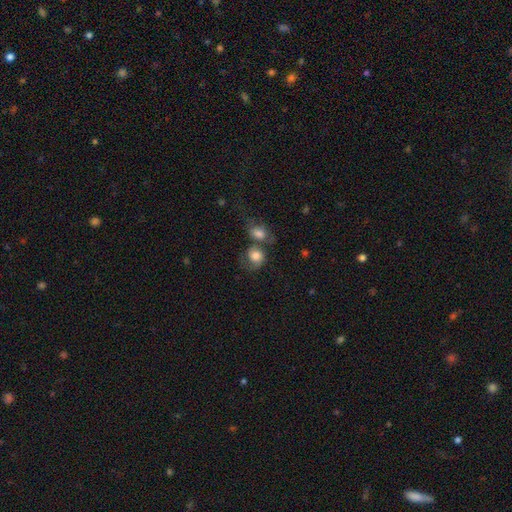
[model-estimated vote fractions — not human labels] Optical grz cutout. It shows a smooth galaxy with no disk features (69%) that is round (68%). Merging: merger (50%).